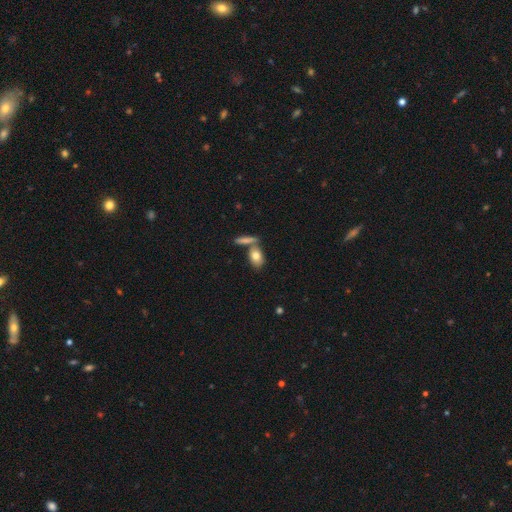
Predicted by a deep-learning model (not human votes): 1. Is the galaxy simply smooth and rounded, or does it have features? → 79% smooth, 14% featured or disk, 7% star or artifact.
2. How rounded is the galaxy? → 82% in between, 10% round, 8% cigar-shaped.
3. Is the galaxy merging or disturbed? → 56% none, 29% merger, 12% minor disturbance, 4% major disturbance.